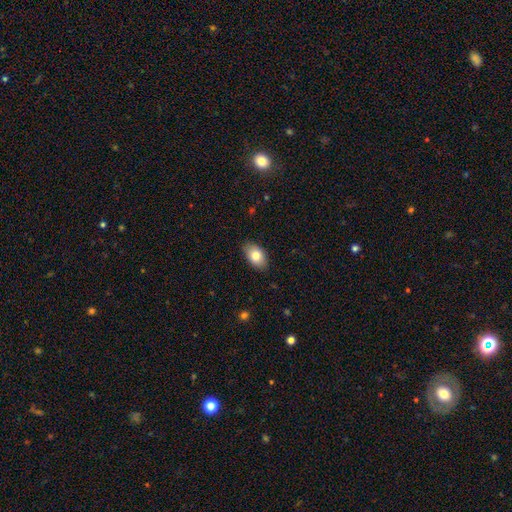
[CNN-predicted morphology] Smooth or featured? smooth (80%)
How rounded? in between (91%)
Merging? none (85%)